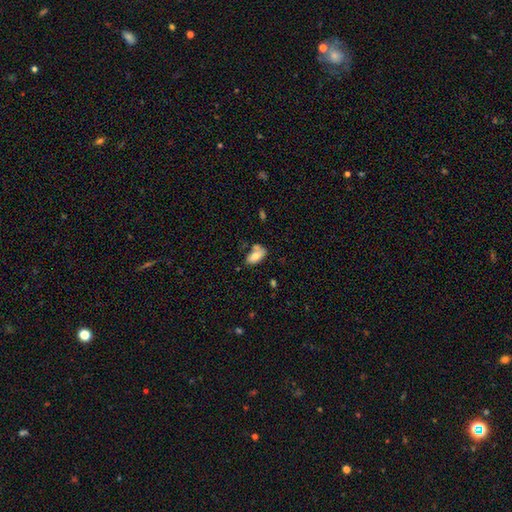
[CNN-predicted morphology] smooth_or_featured: smooth (p=0.75) [alt: featured or disk p=0.18]
how_rounded: in between (p=0.92) [alt: cigar-shaped p=0.04]
merging: none (p=0.47) [alt: minor disturbance p=0.24]